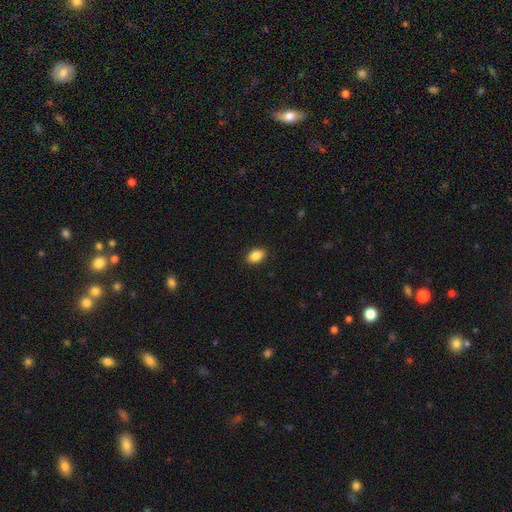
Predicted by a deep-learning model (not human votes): Smooth or featured: smooth — 88% (star or artifact — 8%)
How rounded: in between — 83% (round — 16%)
Merging: none — 89% (minor disturbance — 8%)